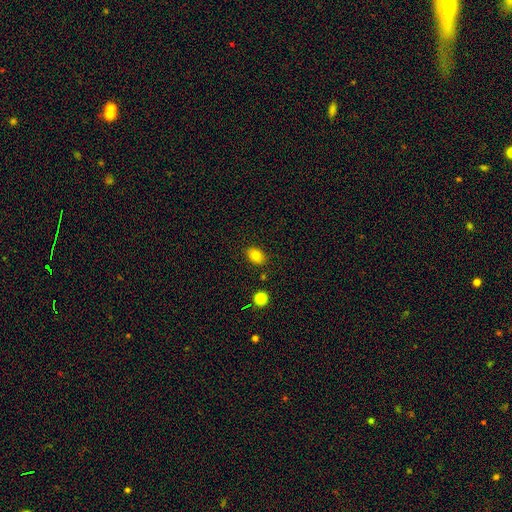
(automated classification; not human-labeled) Overall: smooth (82%). How rounded: in between (77%). Merging: none (86%).